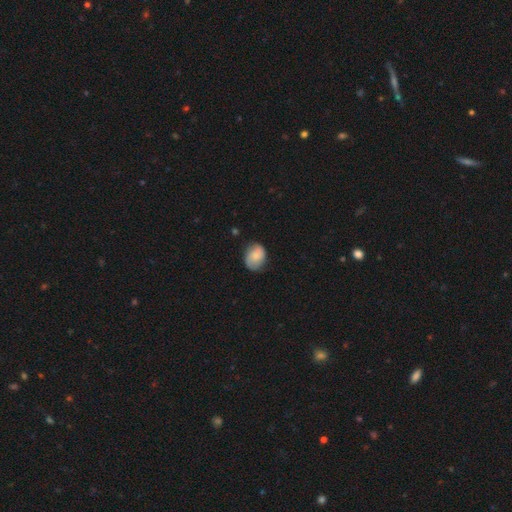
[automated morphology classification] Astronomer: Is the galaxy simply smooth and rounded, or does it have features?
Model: smooth — 74%.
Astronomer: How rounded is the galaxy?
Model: in between — 57% (runner-up: round, 42%).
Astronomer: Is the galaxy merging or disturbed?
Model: none — 70%.